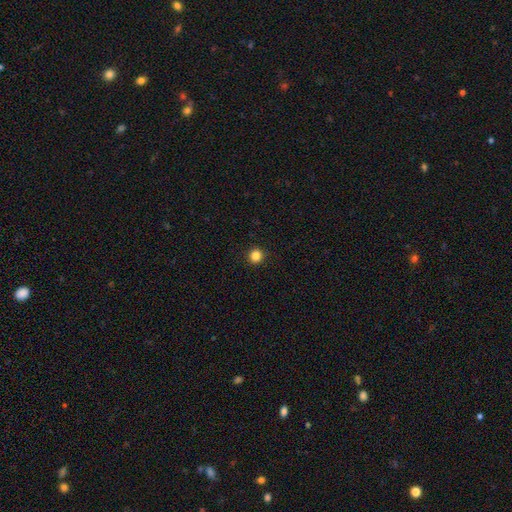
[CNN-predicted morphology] A smooth galaxy with no disk features (86%) that is round (94%). Merging: none (93%).